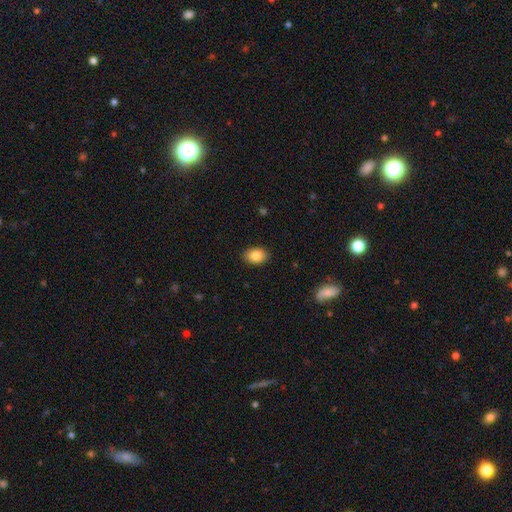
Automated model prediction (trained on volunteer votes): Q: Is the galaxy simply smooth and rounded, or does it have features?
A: smooth — 85%.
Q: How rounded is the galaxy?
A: in between — 78%.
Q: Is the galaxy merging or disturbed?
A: none — 88%.